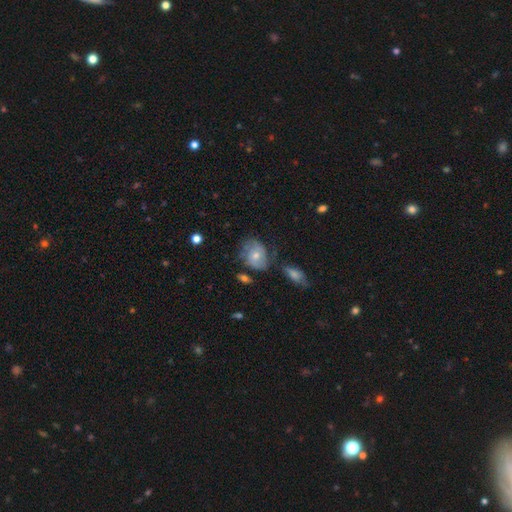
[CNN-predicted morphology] The model was most divided on "smooth or featured": featured or disk: 51%, smooth: 41%, star or artifact: 8%. Remaining: edge-on disk — no (96%); merging — none (47%).